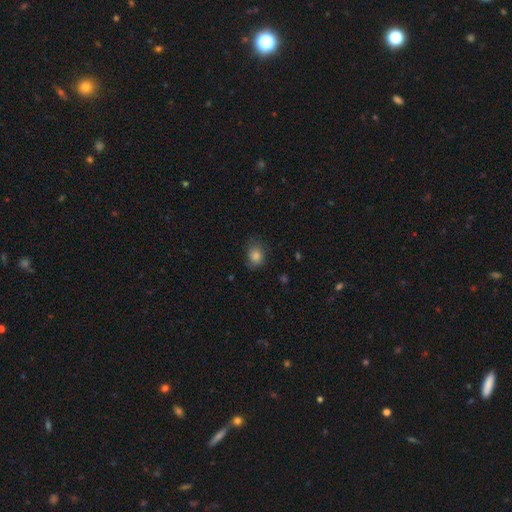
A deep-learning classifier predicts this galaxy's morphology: Smooth or featured: smooth — 83% (star or artifact — 10%)
How rounded: in between — 54% (round — 45%)
Merging: none — 69% (minor disturbance — 23%)